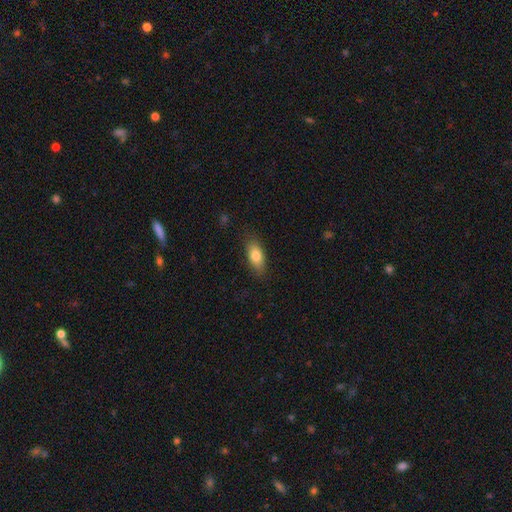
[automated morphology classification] A smooth galaxy with no disk features (80%) that is in between round and cigar-shaped (83%).

Vote fractions:
- Smooth or featured? smooth: 80% / featured or disk: 13% / star or artifact: 7%
- How rounded? in between: 83% / cigar-shaped: 13% / round: 4%
- Merging? none: 82% / minor disturbance: 13% / major disturbance: 3% / merger: 1%